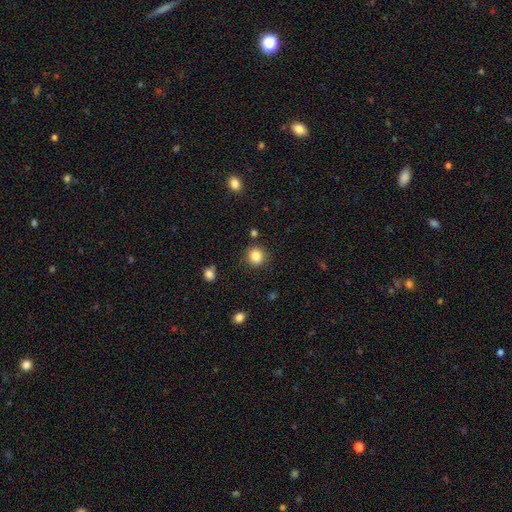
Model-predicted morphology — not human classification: Smooth or featured? smooth (84%)
How rounded? round (82%)
Merging? none (86%)